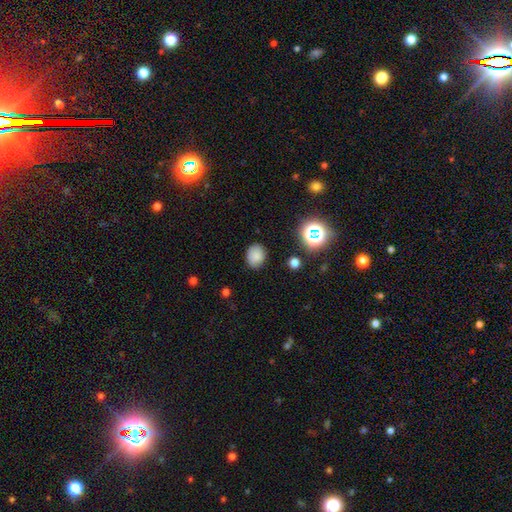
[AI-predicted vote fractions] smooth-or-featured: smooth: 79% | star or artifact: 14% | featured or disk: 7%
  how-rounded: in between: 54% | round: 45% | cigar-shaped: 1%
  merging: none: 82% | minor disturbance: 14% | major disturbance: 3% | merger: 2%